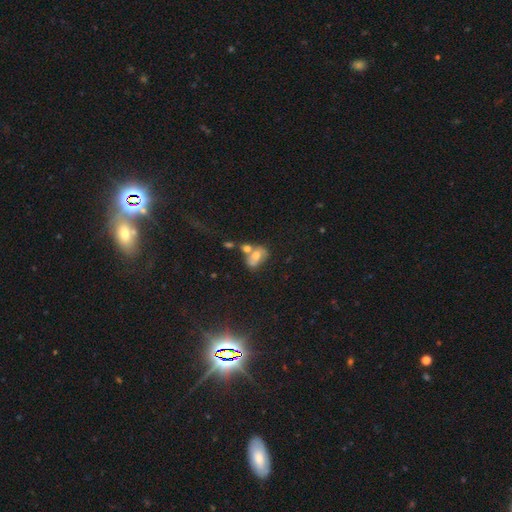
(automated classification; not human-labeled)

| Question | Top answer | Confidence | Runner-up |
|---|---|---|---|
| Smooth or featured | smooth | 54% | featured or disk (35%) |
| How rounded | in between | 75% | round (23%) |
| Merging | merger | 50% | none (28%) |